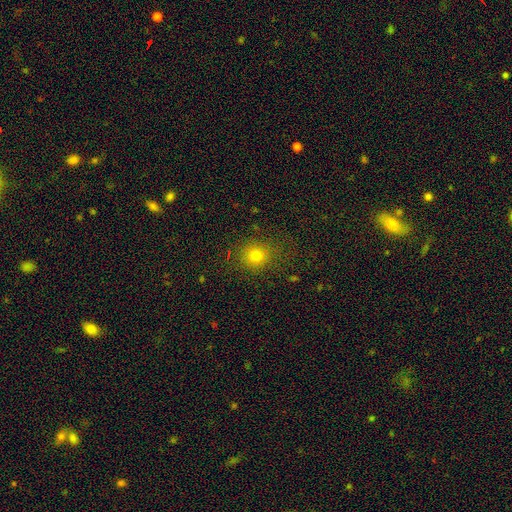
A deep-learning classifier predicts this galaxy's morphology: A smooth galaxy with no disk features (76%) that is round (85%).

Vote fractions:
- Smooth or featured? smooth: 76% / star or artifact: 17% / featured or disk: 7%
- How rounded? round: 85% / in between: 14% / cigar-shaped: 1%
- Merging? none: 83% / minor disturbance: 10% / major disturbance: 5% / merger: 2%